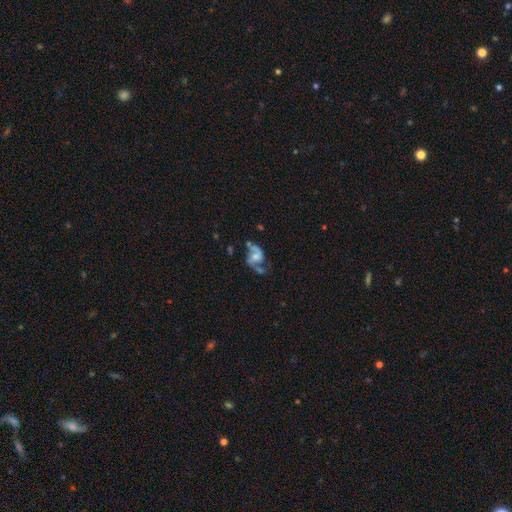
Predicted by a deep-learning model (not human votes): Q: Smooth or featured?
A: featured or disk (77%); runner-up: smooth (15%)
Q: Edge-on disk?
A: no (98%); runner-up: yes (2%)
Q: Bar?
A: no (51%); runner-up: weak (37%)
Q: Spiral arms?
A: yes (91%); runner-up: no (9%)
Q: Spiral winding?
A: loose (45%); runner-up: medium (43%)
Q: Spiral arm count?
A: 2 (85%); runner-up: 1 (7%)
Q: Bulge size?
A: moderate (47%); runner-up: small (36%)
Q: Merging?
A: none (42%); runner-up: minor disturbance (22%)